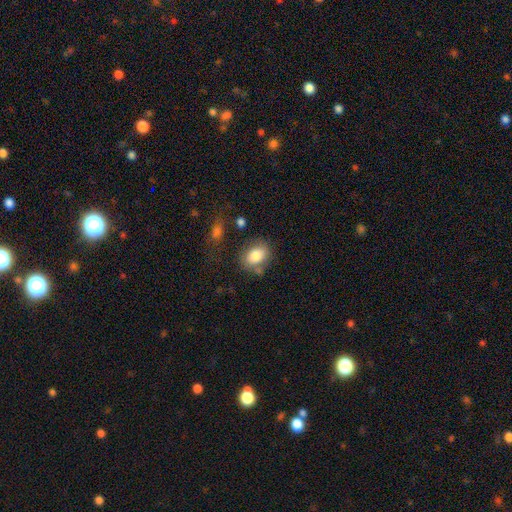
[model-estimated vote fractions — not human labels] A smooth galaxy with no disk features (81%) that is in between round and cigar-shaped (70%).

Vote fractions:
- Smooth or featured? smooth: 81% / featured or disk: 11% / star or artifact: 8%
- How rounded? in between: 70% / round: 29% / cigar-shaped: 1%
- Merging? none: 66% / minor disturbance: 18% / merger: 9% / major disturbance: 7%